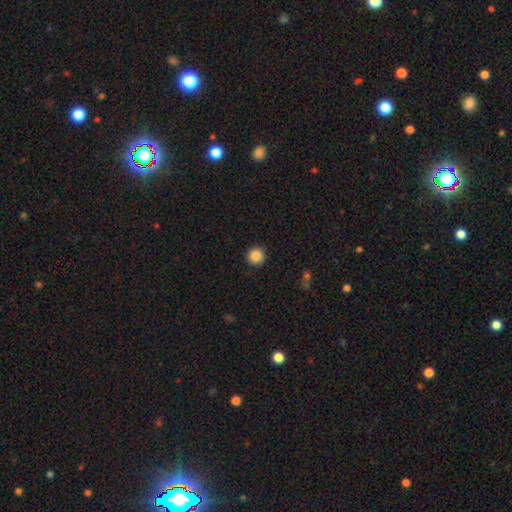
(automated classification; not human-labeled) smooth_or_featured: smooth (p=0.86) [alt: star or artifact p=0.10]
how_rounded: round (p=0.96) [alt: in between p=0.03]
merging: none (p=0.93) [alt: minor disturbance p=0.05]